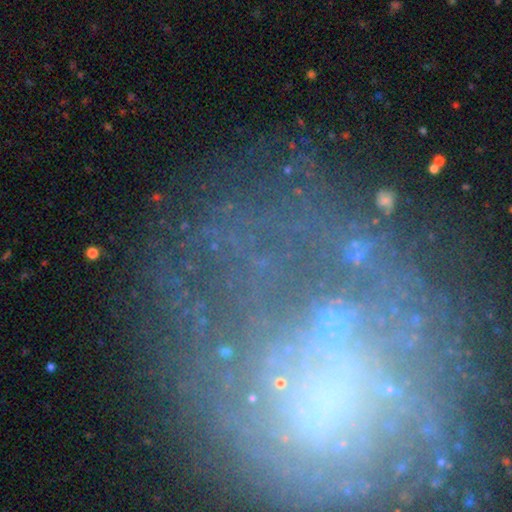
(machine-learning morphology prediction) Smooth or featured?
  - featured or disk: 61% *
  - star or artifact: 20%
  - smooth: 19%
Edge-on disk?
  - no: 96% *
  - yes: 4%
Bar?
  - no: 79% *
  - weak: 14%
  - strong: 7%
Spiral arms?
  - no: 50% * (tied)
  - yes: 50% * (tied)
Bulge size?
  - none: 56% *
  - small: 22%
  - moderate: 13%
  - large: 6%
  - dominant: 3%
Merging?
  - none: 61% *
  - major disturbance: 18%
  - minor disturbance: 17%
  - merger: 4%